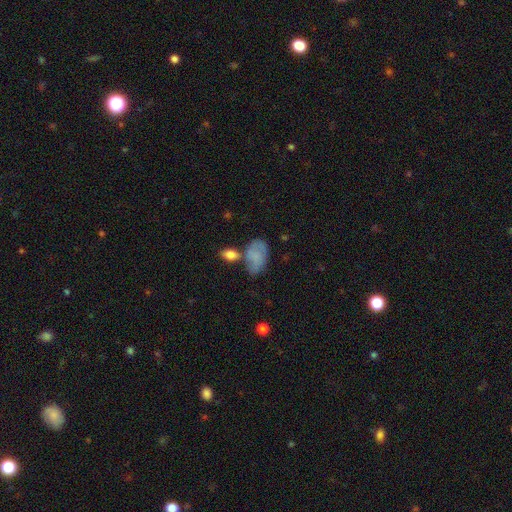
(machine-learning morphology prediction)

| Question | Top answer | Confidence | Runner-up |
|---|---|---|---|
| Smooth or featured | smooth | 66% | featured or disk (26%) |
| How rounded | in between | 90% | round (8%) |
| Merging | none | 42% | minor disturbance (26%) |